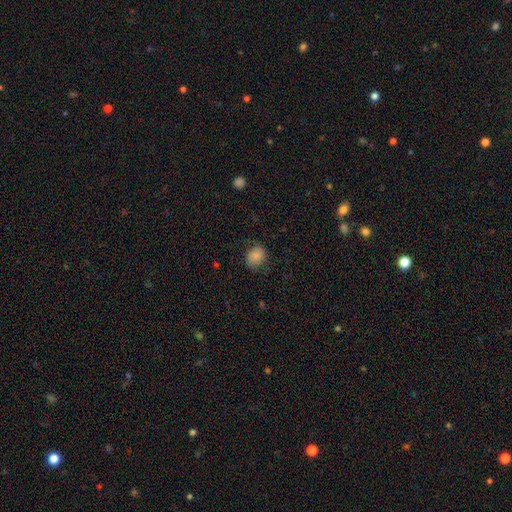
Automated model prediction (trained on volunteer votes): Smooth or featured? smooth (83%)
How rounded? in between (55%)
Merging? none (73%)